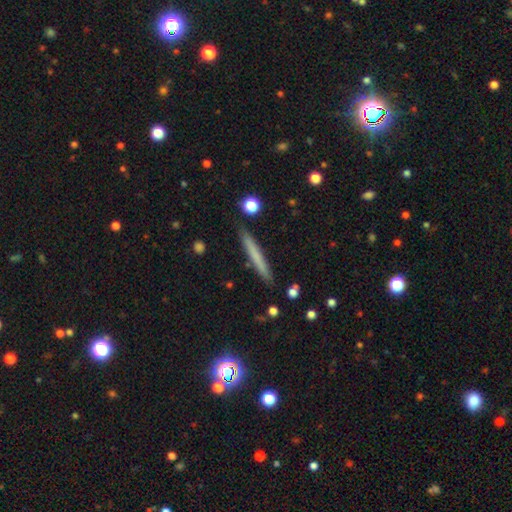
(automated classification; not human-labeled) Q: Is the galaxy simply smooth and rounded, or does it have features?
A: smooth — 65%.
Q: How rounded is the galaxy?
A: cigar-shaped — 96%.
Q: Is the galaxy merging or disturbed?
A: none — 90%.